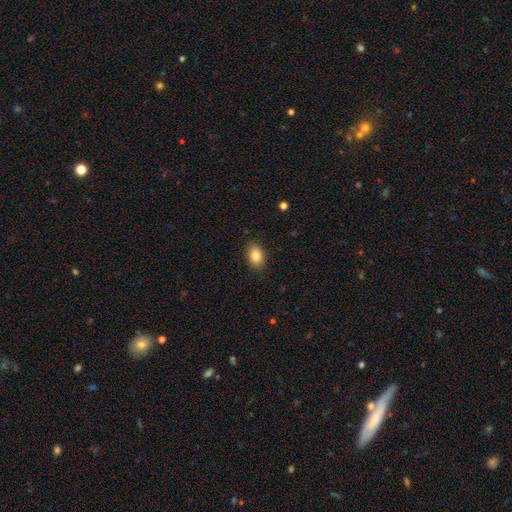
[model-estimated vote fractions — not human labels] A smooth galaxy with no disk features (86%) that is in between round and cigar-shaped (87%).

Vote fractions:
- Smooth or featured? smooth: 86% / star or artifact: 8% / featured or disk: 6%
- How rounded? in between: 87% / round: 12% / cigar-shaped: 1%
- Merging? none: 88% / minor disturbance: 9% / major disturbance: 2% / merger: 1%